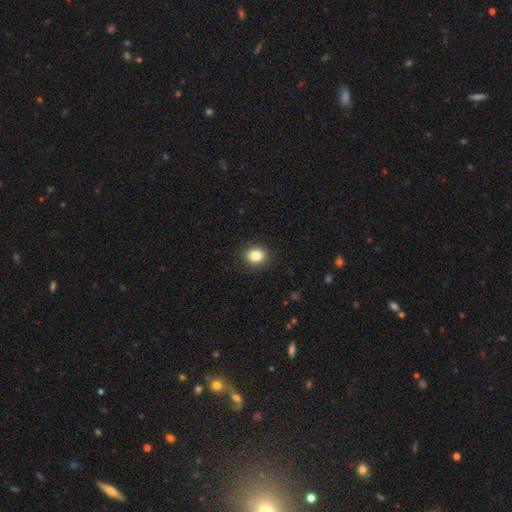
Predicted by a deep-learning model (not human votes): This is clearly a smooth galaxy (84%). How rounded: likely round (68%). Merging: clearly none (90%).